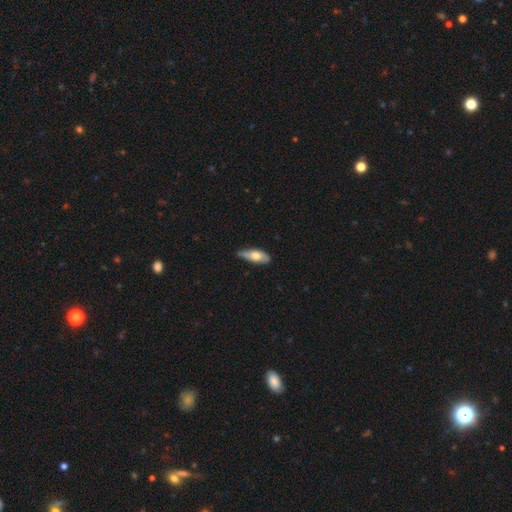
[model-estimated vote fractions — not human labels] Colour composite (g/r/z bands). It shows a smooth galaxy with no disk features (62%) that is in between round and cigar-shaped (69%). Merging: none (61%).